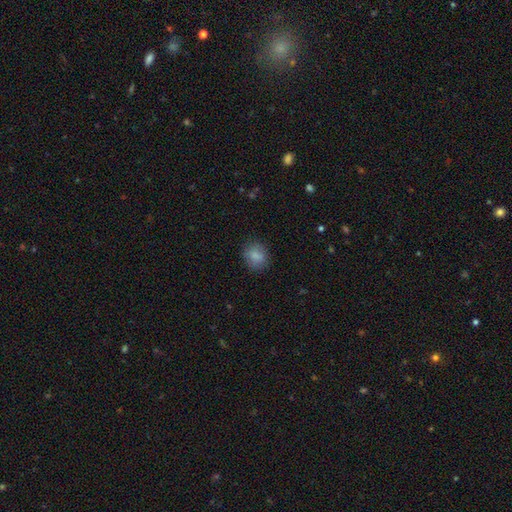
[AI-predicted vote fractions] Smooth or featured? Predicted: smooth (p=0.83). How rounded? Predicted: round (p=0.60). Merging? Predicted: none (p=0.81).